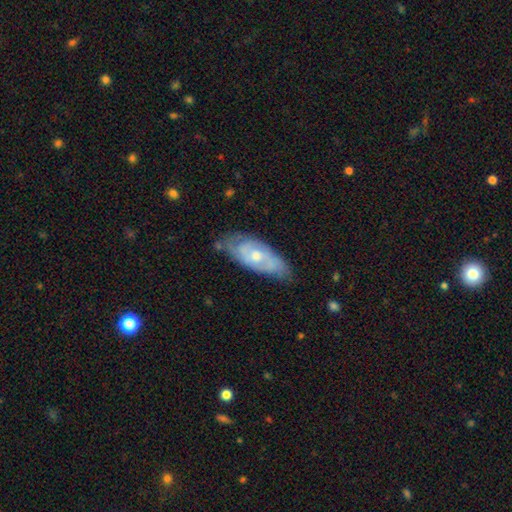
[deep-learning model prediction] The model was most divided on "bulge size": moderate: 58%, small: 36%, large: 3%, none: 2%, dominant: 1%. More confident: edge-on disk — no (88%); spiral arms — yes (81%); bar — no (71%); smooth or featured — featured or disk (67%); merging — none (65%).